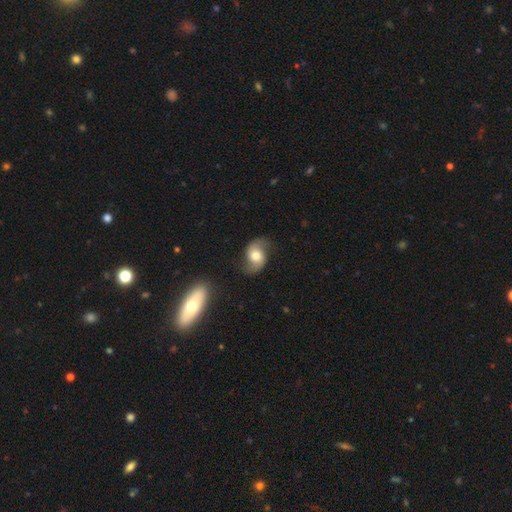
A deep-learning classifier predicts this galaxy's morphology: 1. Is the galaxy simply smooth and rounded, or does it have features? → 65% featured or disk, 28% smooth, 7% star or artifact.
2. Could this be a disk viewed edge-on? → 96% no, 4% yes.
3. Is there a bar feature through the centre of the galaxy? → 64% no, 28% weak, 8% strong.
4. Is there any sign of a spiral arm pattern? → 89% yes, 11% no.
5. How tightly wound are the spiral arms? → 61% loose, 30% medium, 9% tight.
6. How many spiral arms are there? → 91% 2, 3% can't tell, 2% 1, 1% 3, 1% 4, 1% more than 4.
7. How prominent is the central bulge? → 65% moderate, 20% large, 11% small, 2% dominant, 2% none.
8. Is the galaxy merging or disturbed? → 72% none, 18% minor disturbance, 7% major disturbance, 2% merger.